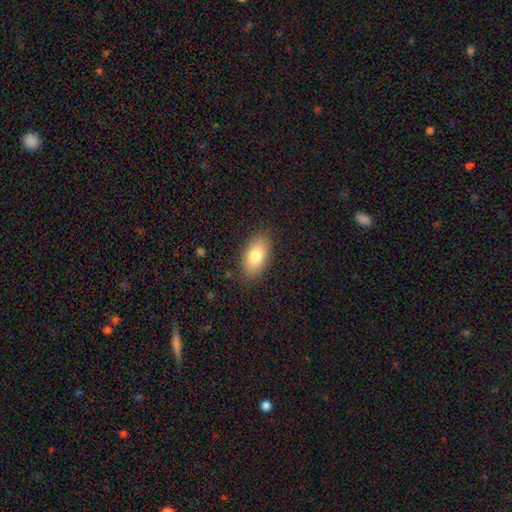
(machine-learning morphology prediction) Overall: smooth (77%). How rounded: in between (91%). Merging: none (86%).